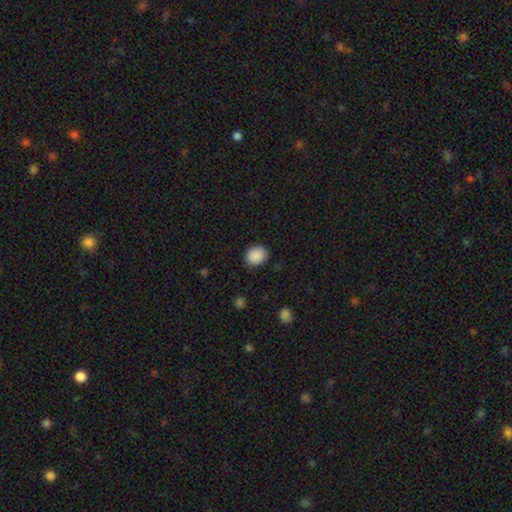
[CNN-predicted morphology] A smooth galaxy with no disk features (90%) that is round (61%).

Vote fractions:
- Smooth or featured? smooth: 90% / star or artifact: 8% / featured or disk: 3%
- How rounded? round: 61% / in between: 38% / cigar-shaped: 1%
- Merging? none: 87% / minor disturbance: 9% / major disturbance: 3% / merger: 1%